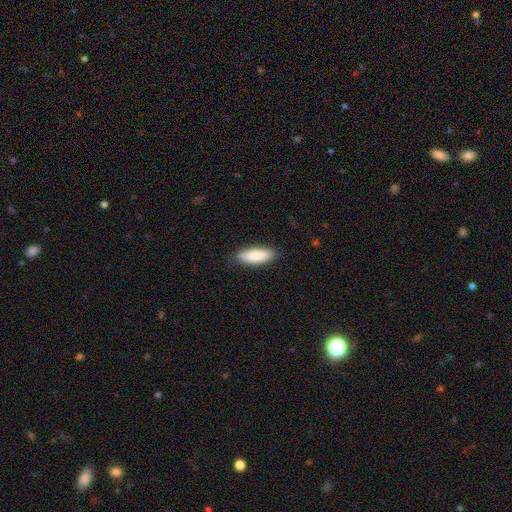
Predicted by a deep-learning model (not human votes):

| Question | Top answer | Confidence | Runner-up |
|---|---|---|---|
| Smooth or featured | smooth | 87% | featured or disk (8%) |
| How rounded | in between | 58% | cigar-shaped (41%) |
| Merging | none | 86% | minor disturbance (11%) |